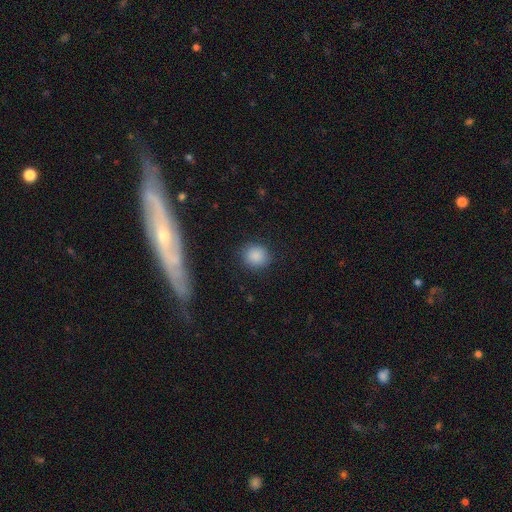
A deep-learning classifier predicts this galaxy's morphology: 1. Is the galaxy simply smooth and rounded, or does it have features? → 86% smooth, 10% star or artifact, 4% featured or disk.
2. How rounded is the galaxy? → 86% round, 13% in between, 1% cigar-shaped.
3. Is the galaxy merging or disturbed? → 89% none, 7% minor disturbance, 3% major disturbance, 1% merger.